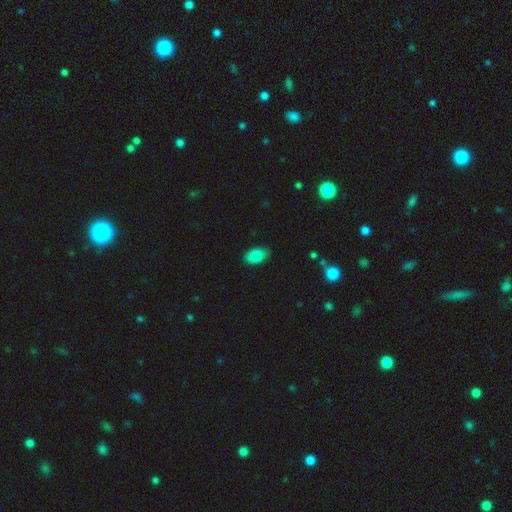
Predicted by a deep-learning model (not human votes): Morphology: type=smooth (85%); roundness=in between (93%); merging=none (86%).